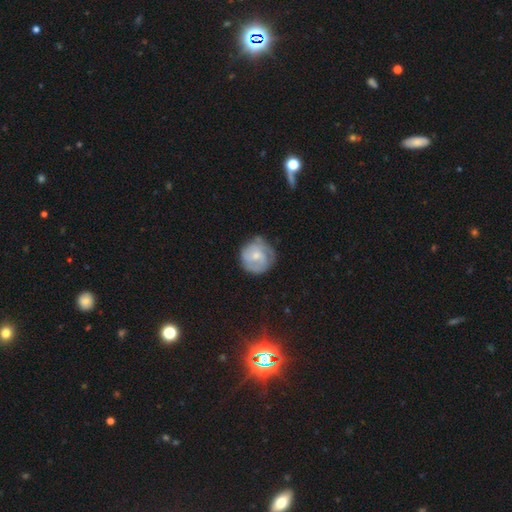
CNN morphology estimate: type=smooth (49%); merging=none (63%).